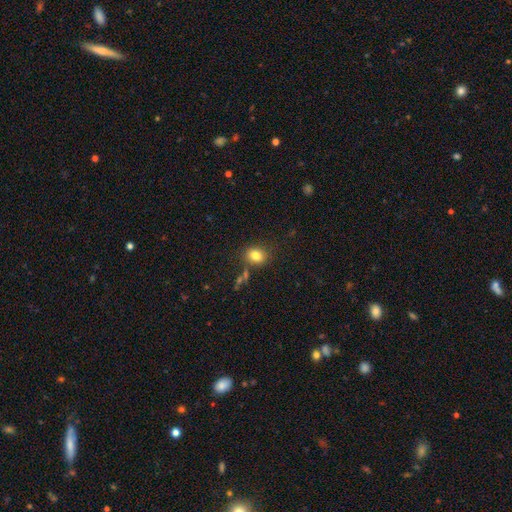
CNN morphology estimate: smooth-or-featured: smooth: 81% | star or artifact: 11% | featured or disk: 7%
  how-rounded: in between: 51% | round: 47% | cigar-shaped: 1%
  merging: none: 75% | minor disturbance: 14% | merger: 7% | major disturbance: 4%